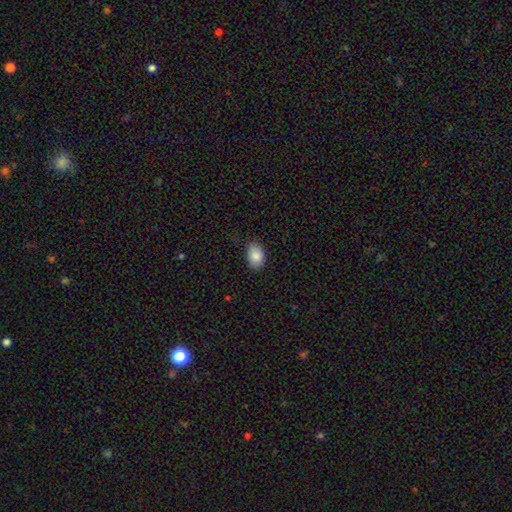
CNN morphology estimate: Smooth or featured? smooth (87%)
How rounded? in between (88%)
Merging? none (83%)